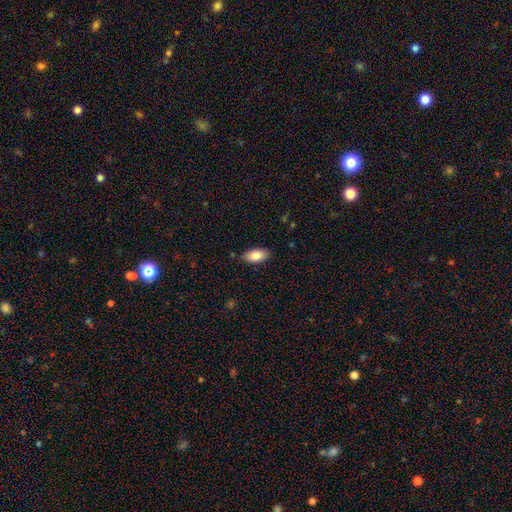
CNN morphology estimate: This appears to be a smooth galaxy with no disk features (85%) that is in between round and cigar-shaped (93%). Merging: none (84%).